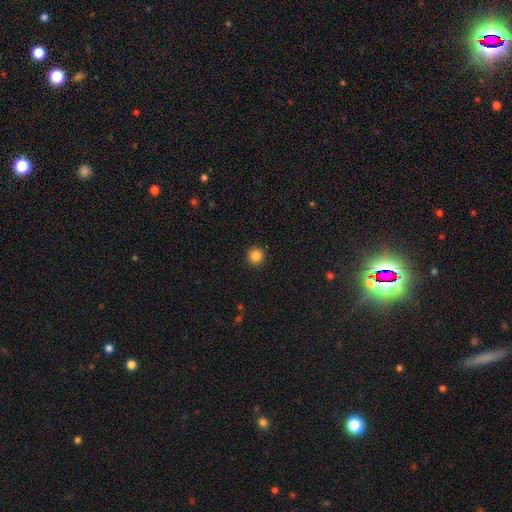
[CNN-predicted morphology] Smooth or featured? smooth (86%)
How rounded? round (94%)
Merging? none (93%)